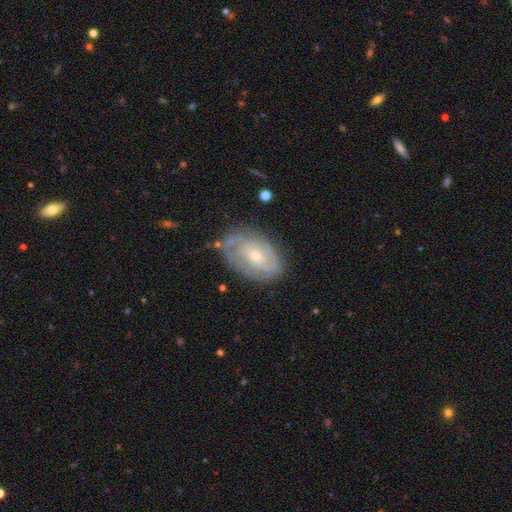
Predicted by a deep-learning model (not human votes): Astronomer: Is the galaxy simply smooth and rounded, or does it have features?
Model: featured or disk — 76%.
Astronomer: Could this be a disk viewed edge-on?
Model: no — 96%.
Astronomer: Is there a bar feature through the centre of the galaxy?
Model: no — 63%.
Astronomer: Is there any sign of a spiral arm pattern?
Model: yes — 86%.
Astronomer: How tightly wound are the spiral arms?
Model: tight — 66%.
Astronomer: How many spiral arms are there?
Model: can't tell — 41% (runner-up: 2, 35%).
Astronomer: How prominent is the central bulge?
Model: small — 62%.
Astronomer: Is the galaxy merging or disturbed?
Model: none — 67%.